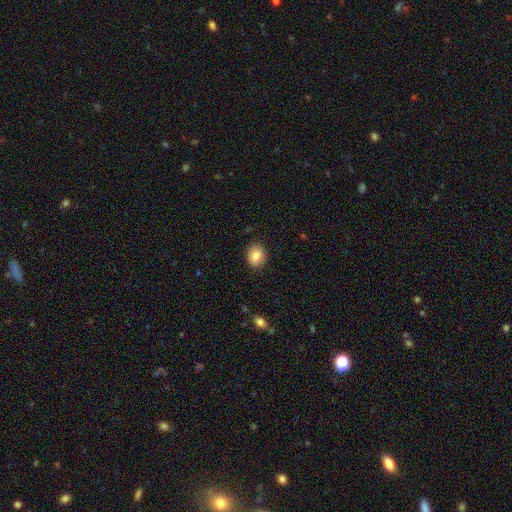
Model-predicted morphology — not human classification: Overall: smooth (83%). How rounded: in between (54%; round 45%). Merging: none (88%).